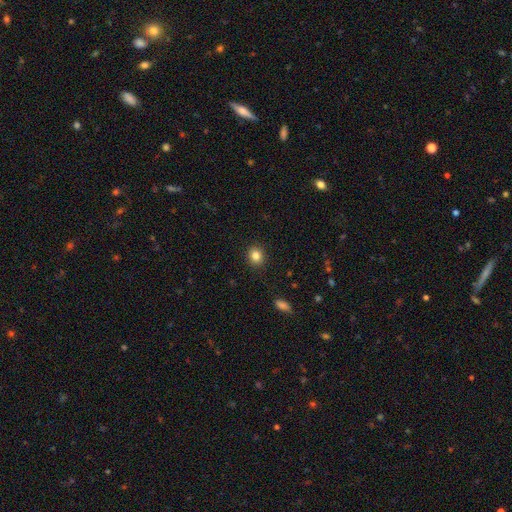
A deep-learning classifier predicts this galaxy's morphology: The model was most divided on "how rounded": round: 73%, in between: 26%, cigar-shaped: 1%. More confident: merging — none (91%); smooth or featured — smooth (84%).